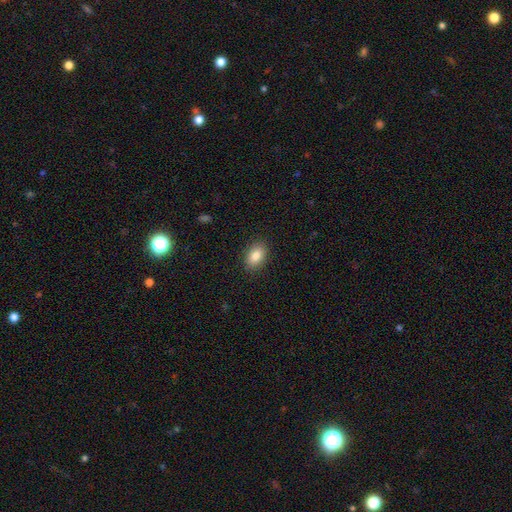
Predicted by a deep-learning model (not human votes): This appears to be a smooth galaxy with no disk features (84%) that is in between round and cigar-shaped (85%). Merging: none (88%).